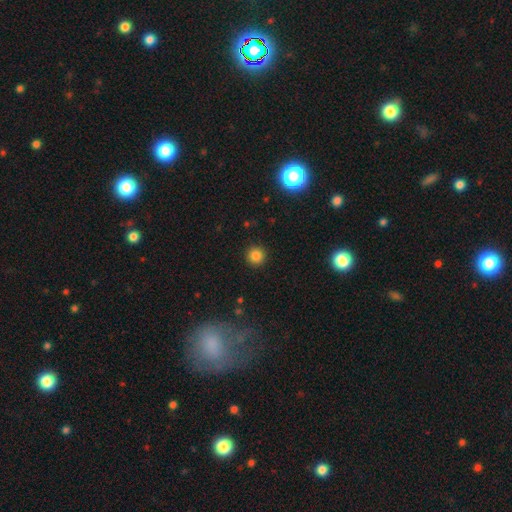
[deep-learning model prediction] smooth-or-featured: smooth: 83% | star or artifact: 12% | featured or disk: 4%
  how-rounded: round: 95% | in between: 4% | cigar-shaped: 1%
  merging: none: 92% | minor disturbance: 5% | major disturbance: 2% | merger: 1%